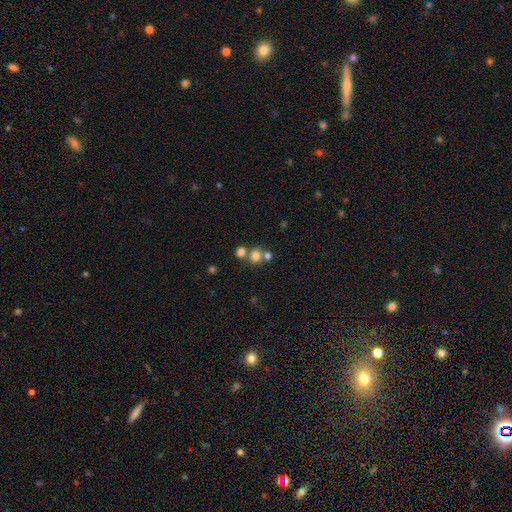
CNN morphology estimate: Smooth or featured? smooth (75%)
How rounded? round (82%)
Merging? none (53%)